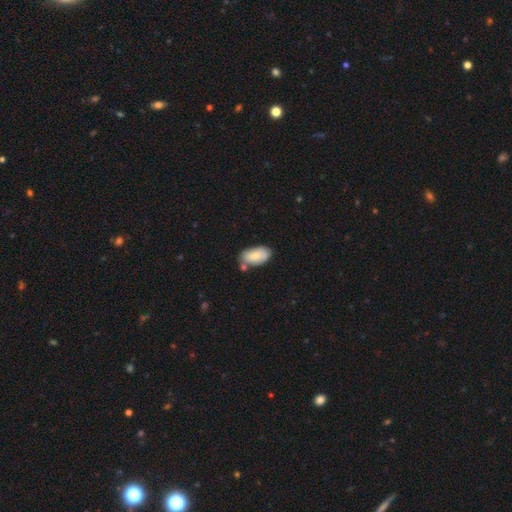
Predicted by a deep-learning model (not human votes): This appears to be a smooth galaxy with no disk features (78%) that is in between round and cigar-shaped (95%). Merging: none (61%).